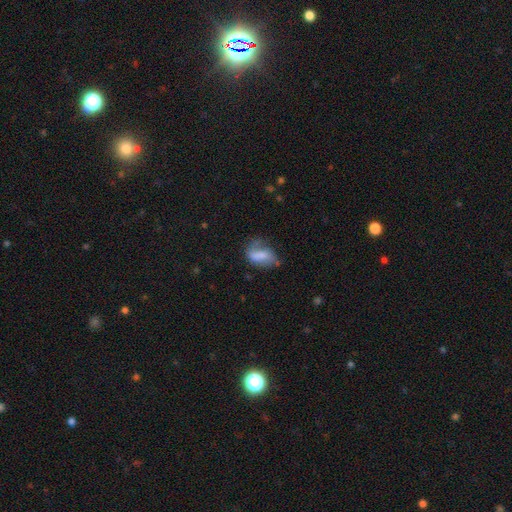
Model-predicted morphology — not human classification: Q: Smooth or featured?
A: smooth (52%); runner-up: featured or disk (38%)
Q: How rounded?
A: in between (83%); runner-up: round (9%)
Q: Merging?
A: none (42%); runner-up: minor disturbance (30%)